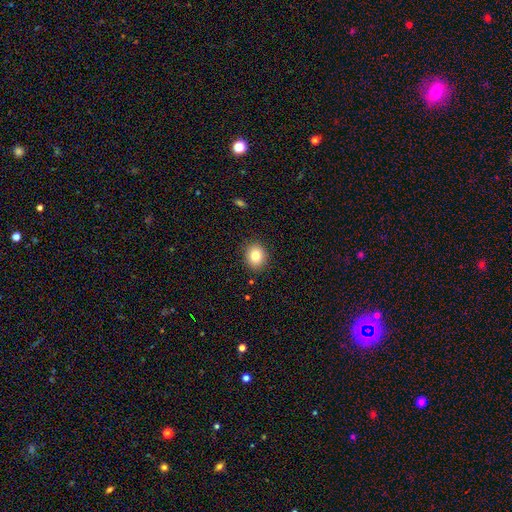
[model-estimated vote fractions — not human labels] smooth-or-featured: smooth: 81% | star or artifact: 10% | featured or disk: 9%
  how-rounded: round: 65% | in between: 34% | cigar-shaped: 1%
  merging: none: 89% | minor disturbance: 8% | major disturbance: 2% | merger: 1%